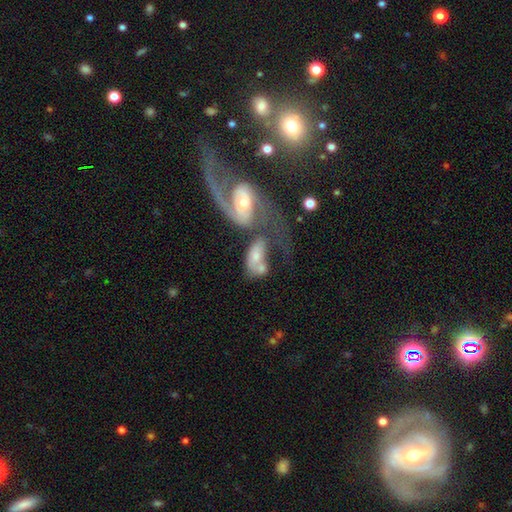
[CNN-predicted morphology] This appears to be a smooth galaxy with no disk features (49%). Merging: merger (58%).